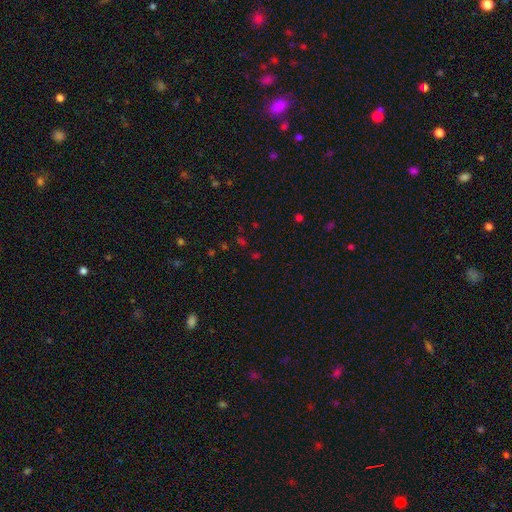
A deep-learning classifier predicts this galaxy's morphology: Overall: star or artifact (57%; smooth 35%).